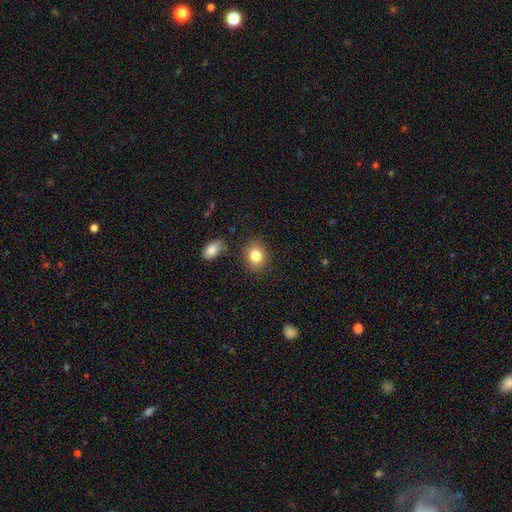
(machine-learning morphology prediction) type=smooth (82%); roundness=round (55%); merging=none (84%).